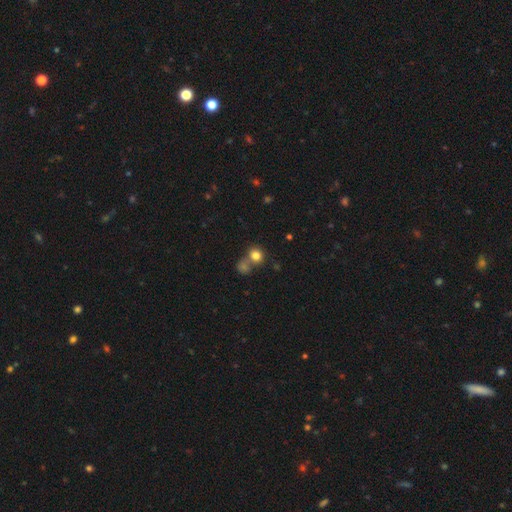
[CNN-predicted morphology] smooth_or_featured: smooth (p=0.80) [alt: star or artifact p=0.13]
how_rounded: round (p=0.83) [alt: in between p=0.16]
merging: none (p=0.51) [alt: merger p=0.37]